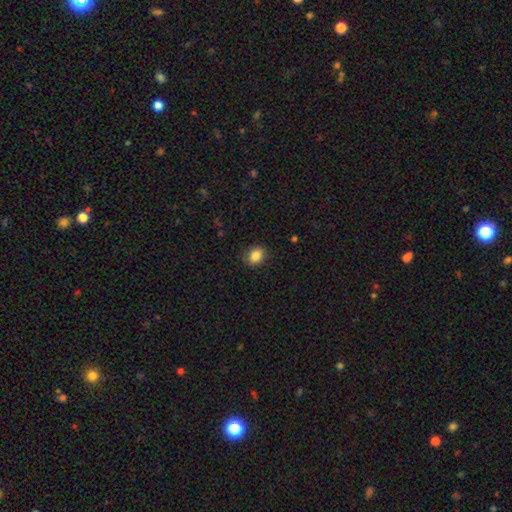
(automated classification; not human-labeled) Smooth or featured?
  - smooth: 85% *
  - star or artifact: 9%
  - featured or disk: 6%
How rounded?
  - in between: 55% *
  - round: 44%
  - cigar-shaped: 1%
Merging?
  - none: 83% *
  - minor disturbance: 13%
  - major disturbance: 3%
  - merger: 1%